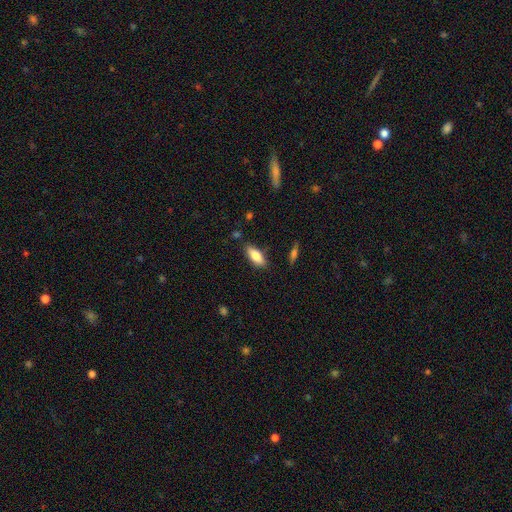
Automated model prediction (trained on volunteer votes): smooth 79%, featured or disk 15%, star or artifact 7%. Down the decision tree: how rounded — in between (79%); merging — none (82%).